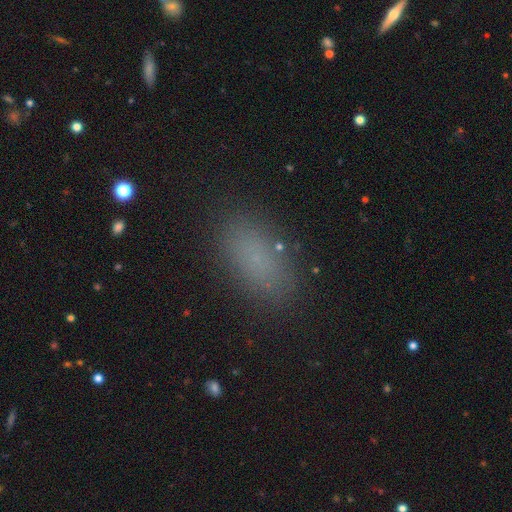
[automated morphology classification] Overall: smooth (79%). How rounded: in between (87%). Merging: none (87%).